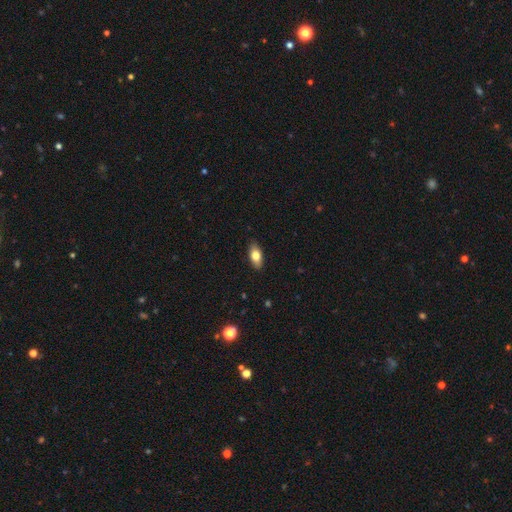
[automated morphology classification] Smooth or featured: smooth — 77% (featured or disk — 16%)
How rounded: in between — 87% (cigar-shaped — 9%)
Merging: none — 88% (minor disturbance — 9%)